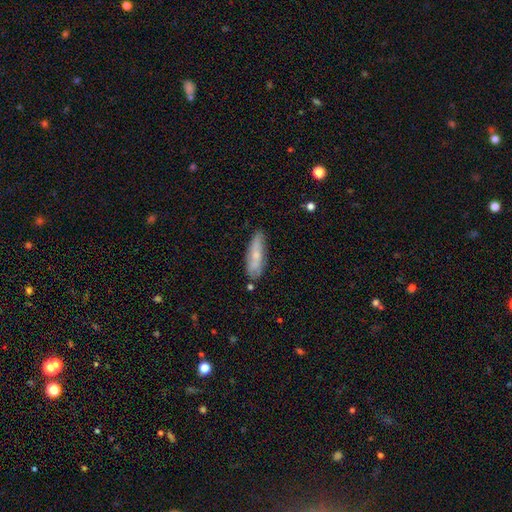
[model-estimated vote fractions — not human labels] Smooth or featured? Predicted: smooth (p=0.60). How rounded? Predicted: cigar-shaped (p=0.57). Merging? Predicted: none (p=0.73).